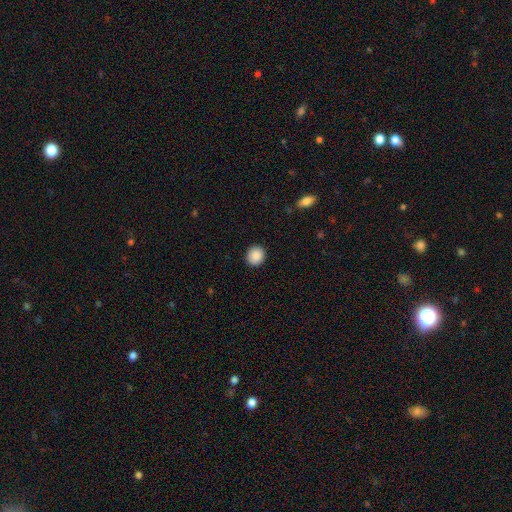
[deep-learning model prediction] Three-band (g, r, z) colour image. It shows a smooth galaxy with no disk features (89%) that is round (84%). Merging: none (92%).